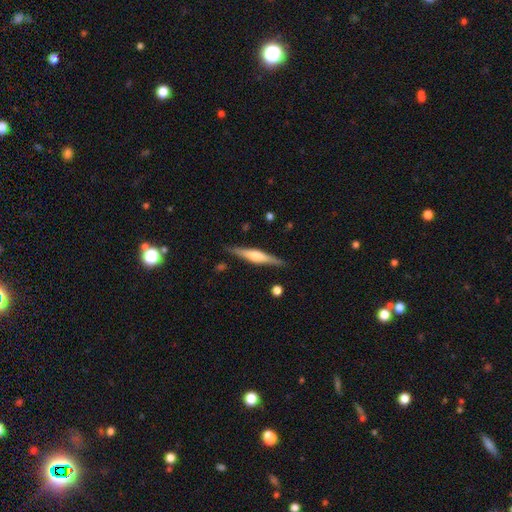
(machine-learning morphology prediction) Smooth or featured?
  - featured or disk: 68% *
  - smooth: 27%
  - star or artifact: 5%
Edge-on disk?
  - yes: 97% *
  - no: 3%
Edge-on bulge?
  - rounded: 80% *
  - boxy: 15%
  - none: 6%
Merging?
  - none: 88% *
  - minor disturbance: 8%
  - major disturbance: 2%
  - merger: 1%